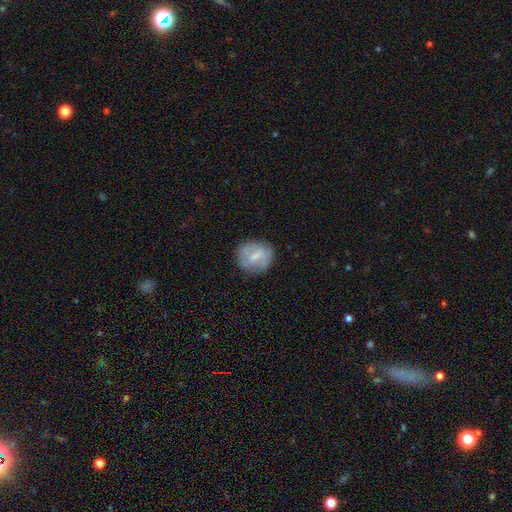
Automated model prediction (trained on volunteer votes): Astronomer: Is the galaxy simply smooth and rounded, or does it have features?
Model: smooth — 53% (runner-up: featured or disk, 39%).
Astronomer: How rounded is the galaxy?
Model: round — 70%.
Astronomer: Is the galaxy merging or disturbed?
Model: none — 77%.